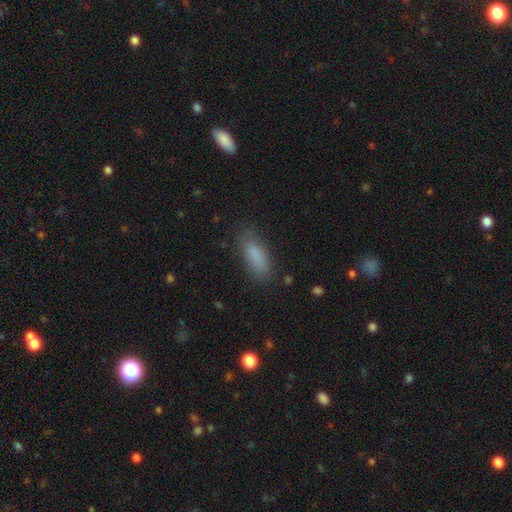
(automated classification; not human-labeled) smooth 85%, star or artifact 8%, featured or disk 7%. Down the decision tree: how rounded — in between (71%); merging — none (80%).